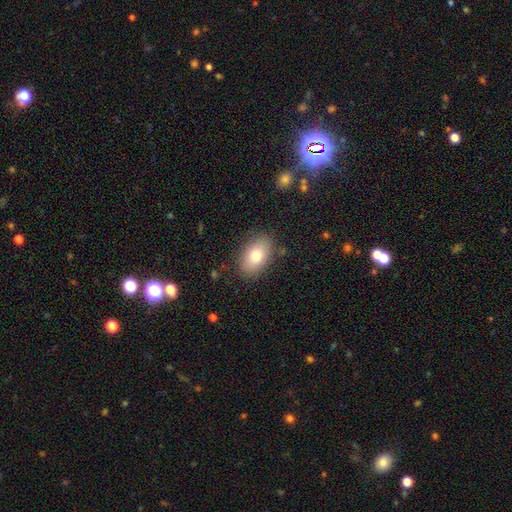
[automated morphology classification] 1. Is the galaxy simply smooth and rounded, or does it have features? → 75% smooth, 16% featured or disk, 8% star or artifact.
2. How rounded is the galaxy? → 88% in between, 10% round, 2% cigar-shaped.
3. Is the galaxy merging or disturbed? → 84% none, 11% minor disturbance, 3% major disturbance, 1% merger.